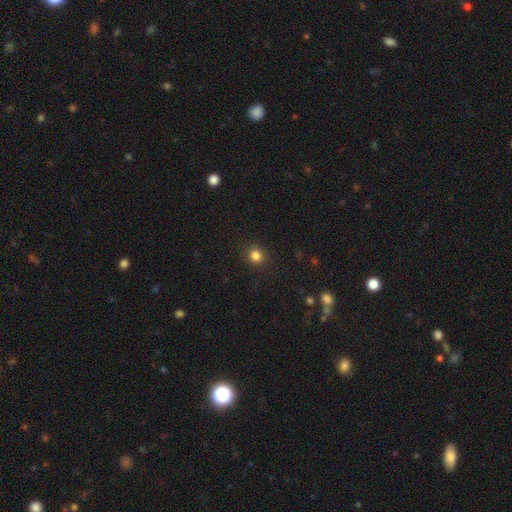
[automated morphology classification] Smooth or featured? Predicted: smooth (p=0.83). How rounded? Predicted: round (p=0.92). Merging? Predicted: none (p=0.92).